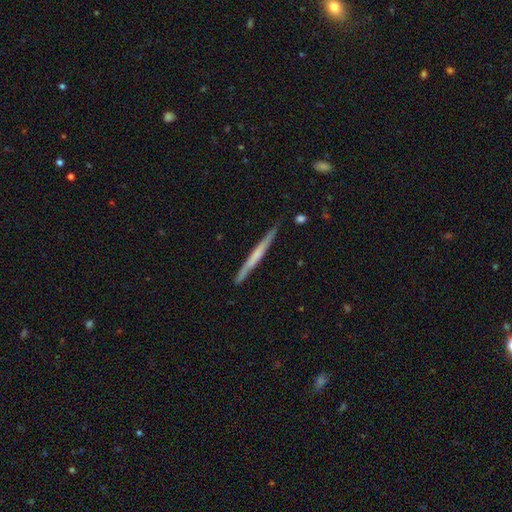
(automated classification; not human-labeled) Morphology: type=featured or disk (54%); edge-on=yes (97%); edge-on bulge=none (73%); merging=none (89%).